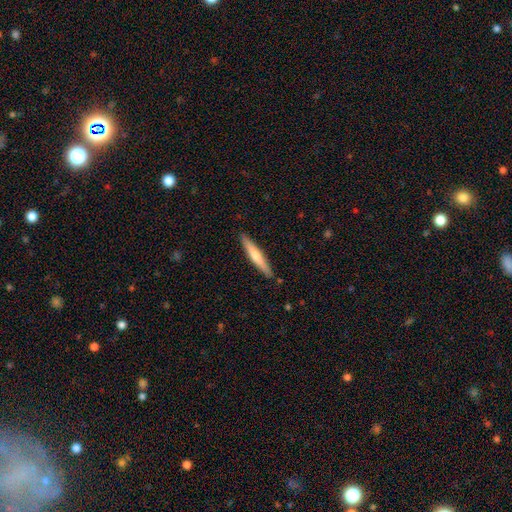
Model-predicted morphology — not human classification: Smooth or featured? Predicted: smooth (p=0.59). How rounded? Predicted: cigar-shaped (p=0.93). Merging? Predicted: none (p=0.89).